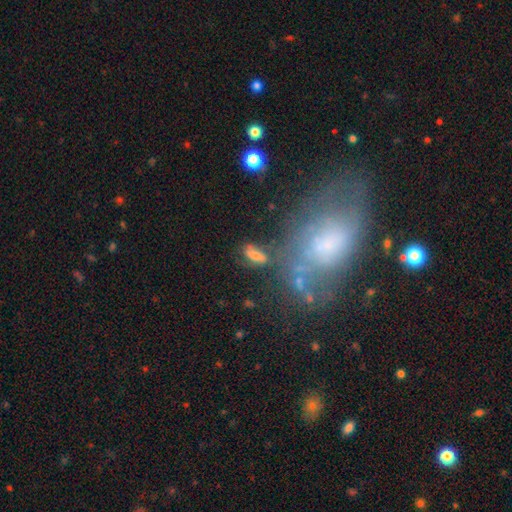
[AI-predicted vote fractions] Q: Smooth or featured?
A: smooth (56%); runner-up: featured or disk (29%)
Q: How rounded?
A: in between (77%); runner-up: cigar-shaped (14%)
Q: Merging?
A: none (60%); runner-up: minor disturbance (19%)